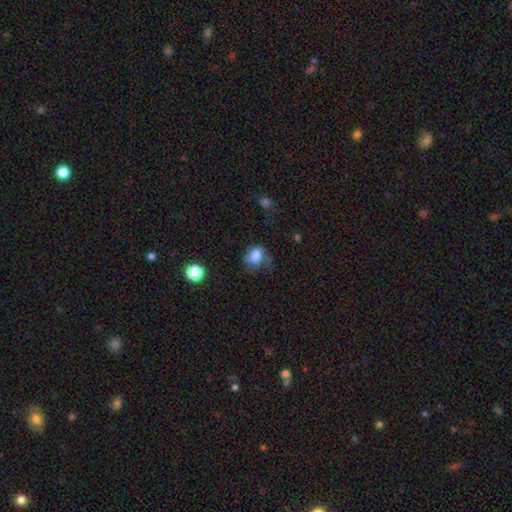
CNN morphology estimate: This is likely a smooth galaxy (70%). How rounded: possibly in between (55%). Merging: marginally none (40%).